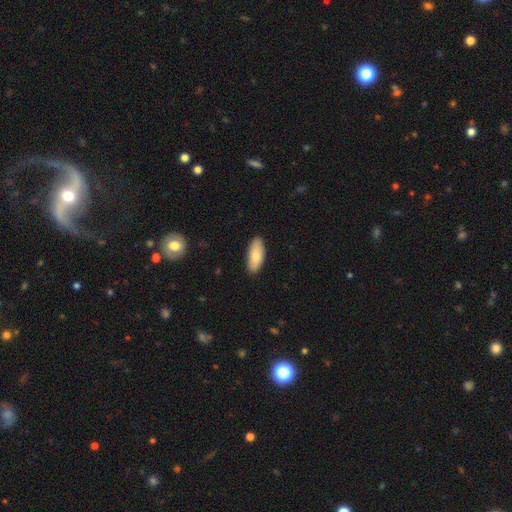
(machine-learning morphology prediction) Smooth or featured? Predicted: smooth (p=0.81). How rounded? Predicted: in between (p=0.84). Merging? Predicted: none (p=0.88).